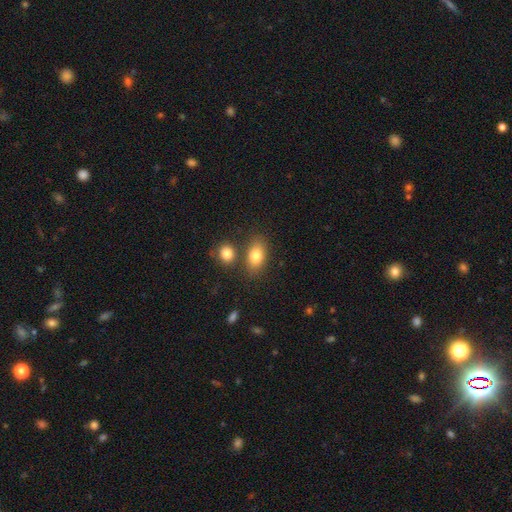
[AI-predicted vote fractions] A smooth galaxy with no disk features (81%) that is in between round and cigar-shaped (86%).

Vote fractions:
- Smooth or featured? smooth: 81% / featured or disk: 11% / star or artifact: 8%
- How rounded? in between: 86% / round: 11% / cigar-shaped: 3%
- Merging? none: 71% / merger: 15% / minor disturbance: 11% / major disturbance: 3%